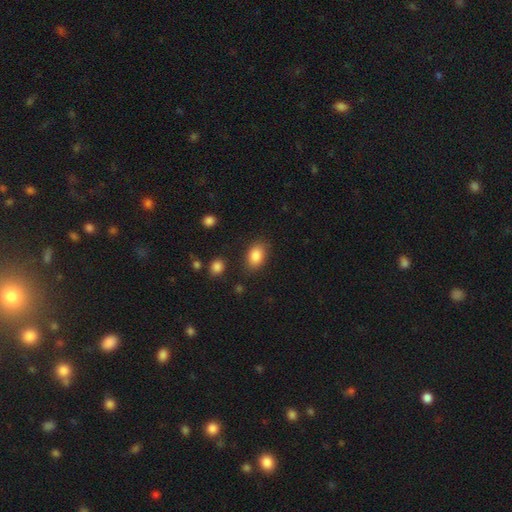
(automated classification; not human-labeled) Smooth or featured? smooth (85%)
How rounded? in between (82%)
Merging? none (81%)